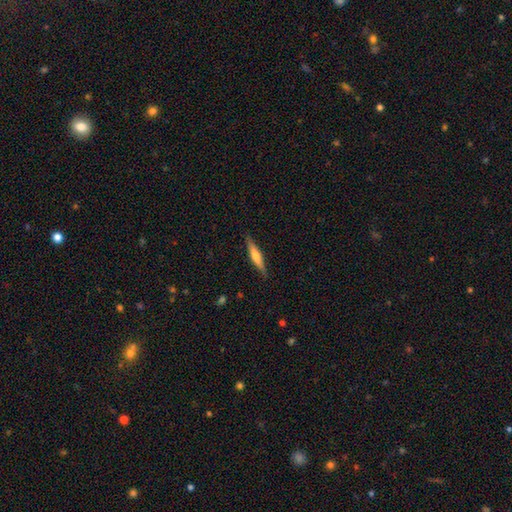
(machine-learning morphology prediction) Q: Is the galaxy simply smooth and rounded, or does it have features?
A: featured or disk — 53%.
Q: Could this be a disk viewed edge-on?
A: yes — 96%.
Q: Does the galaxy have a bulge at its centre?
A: rounded — 84%.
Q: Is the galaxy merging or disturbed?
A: none — 89%.